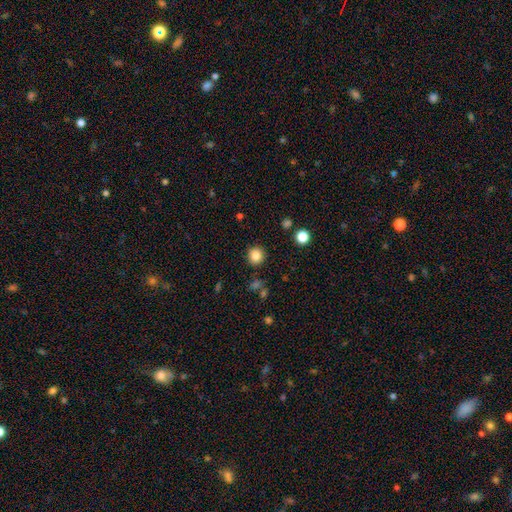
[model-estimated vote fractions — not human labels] Smooth or featured: smooth — 84% (star or artifact — 11%)
How rounded: round — 92% (in between — 7%)
Merging: none — 90% (minor disturbance — 6%)